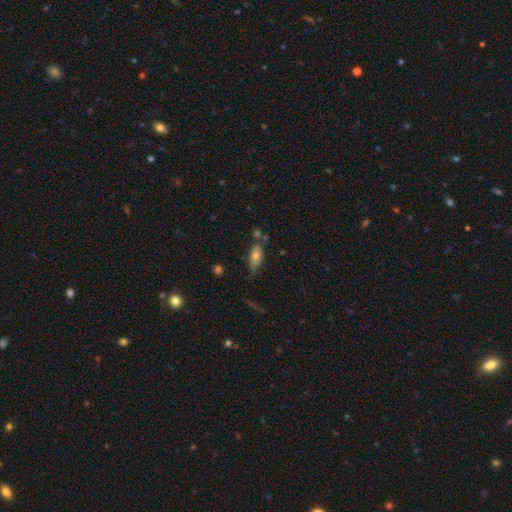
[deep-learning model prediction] smooth 65%, featured or disk 25%, star or artifact 10%. Down the decision tree: how rounded — in between (77%); merging — none (60%).